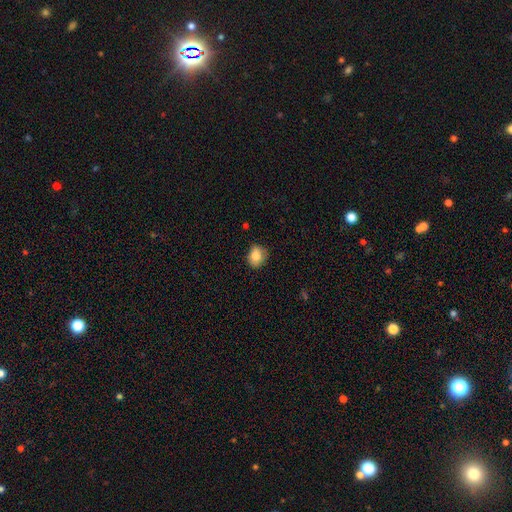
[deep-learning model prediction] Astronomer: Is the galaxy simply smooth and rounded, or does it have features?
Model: smooth — 83%.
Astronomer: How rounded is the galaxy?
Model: round — 57% (runner-up: in between, 42%).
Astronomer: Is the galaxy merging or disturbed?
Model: none — 71%.